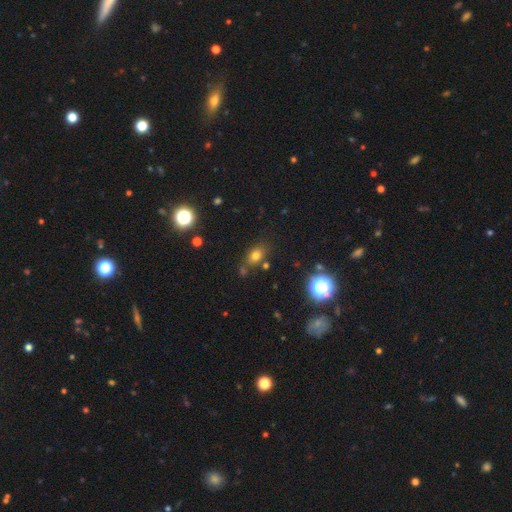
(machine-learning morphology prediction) Smooth or featured: smooth — 72% (star or artifact — 18%)
How rounded: in between — 66% (round — 32%)
Merging: none — 71% (minor disturbance — 15%)